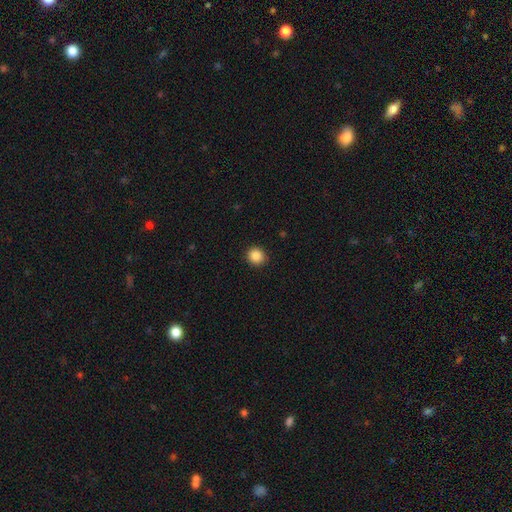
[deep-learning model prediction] Smooth or featured? smooth (87%)
How rounded? round (86%)
Merging? none (91%)